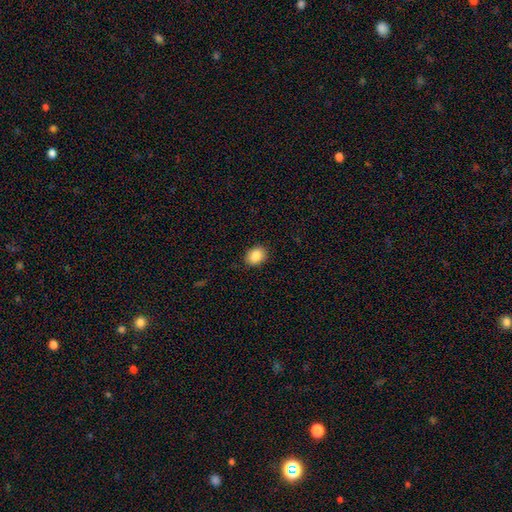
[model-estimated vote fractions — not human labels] Smooth or featured?
  - smooth: 87% *
  - star or artifact: 8%
  - featured or disk: 4%
How rounded?
  - in between: 58% *
  - round: 41%
  - cigar-shaped: 1%
Merging?
  - none: 89% *
  - minor disturbance: 8%
  - major disturbance: 2%
  - merger: 1%